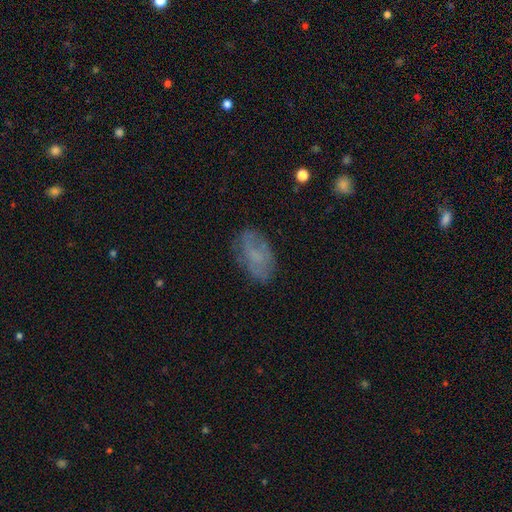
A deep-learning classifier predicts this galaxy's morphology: A smooth galaxy with no disk features (53%) that is in between round and cigar-shaped (92%).

Vote fractions:
- Smooth or featured? smooth: 53% / featured or disk: 37% / star or artifact: 10%
- How rounded? in between: 92% / round: 6% / cigar-shaped: 2%
- Merging? none: 69% / minor disturbance: 21% / major disturbance: 8% / merger: 2%